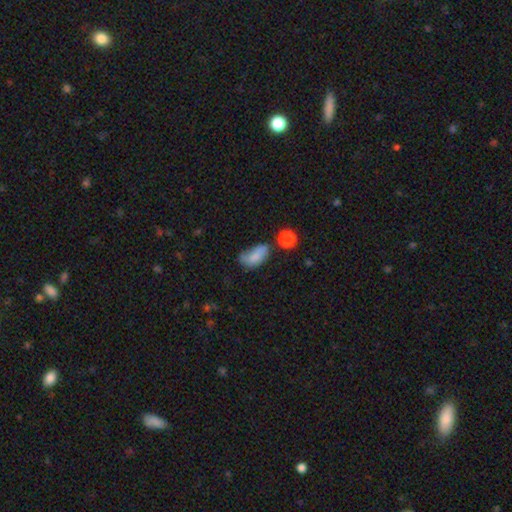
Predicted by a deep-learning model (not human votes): smooth 70%, featured or disk 18%, star or artifact 11%. Down the decision tree: how rounded — in between (89%); merging — none (34%).